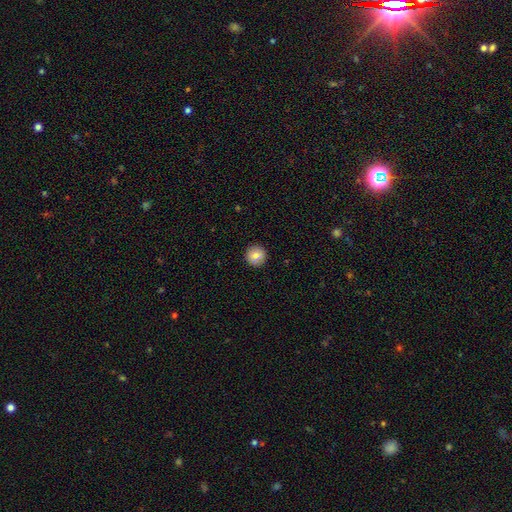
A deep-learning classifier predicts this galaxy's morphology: smooth_or_featured: smooth (p=0.80) [alt: featured or disk p=0.11]
how_rounded: round (p=0.95) [alt: in between p=0.04]
merging: none (p=0.91) [alt: minor disturbance p=0.07]